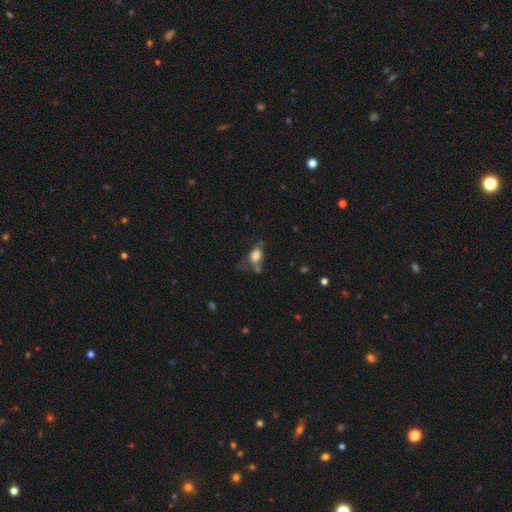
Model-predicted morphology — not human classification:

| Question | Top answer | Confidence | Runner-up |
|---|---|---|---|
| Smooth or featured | smooth | 72% | featured or disk (16%) |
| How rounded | in between | 69% | round (28%) |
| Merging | none | 35% | minor disturbance (27%) |